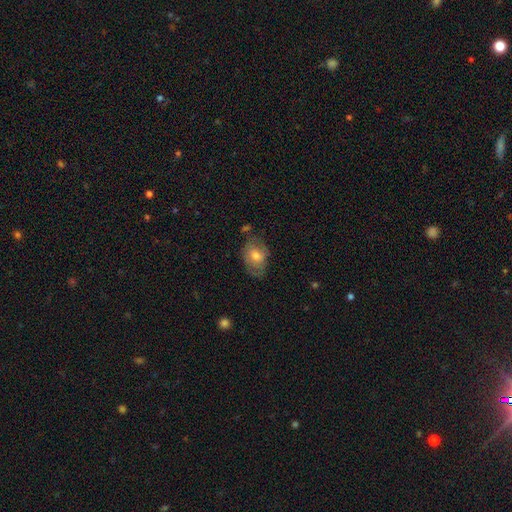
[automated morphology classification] Smooth or featured: smooth — 53% (featured or disk — 39%)
How rounded: in between — 79% (round — 20%)
Merging: none — 60% (minor disturbance — 26%)